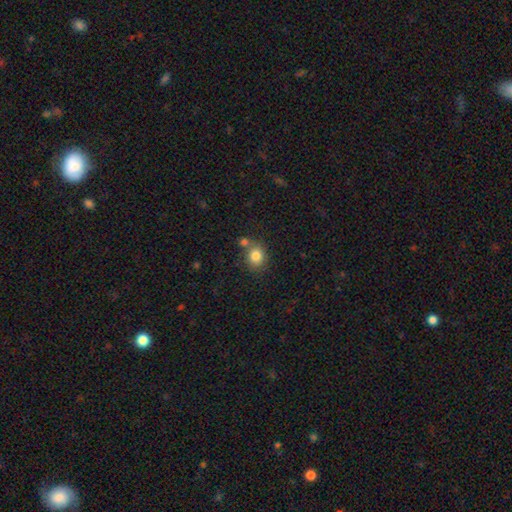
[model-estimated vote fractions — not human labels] Smooth or featured? Predicted: smooth (p=0.82). How rounded? Predicted: round (p=0.69). Merging? Predicted: none (p=0.64).